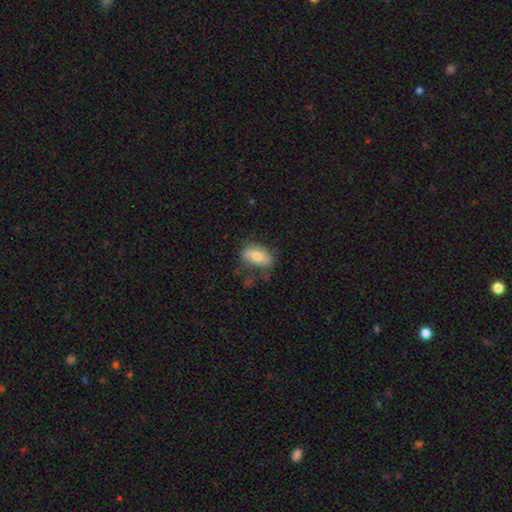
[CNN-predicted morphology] smooth 64%, featured or disk 29%, star or artifact 8%. Down the decision tree: how rounded — in between (87%); merging — none (61%).